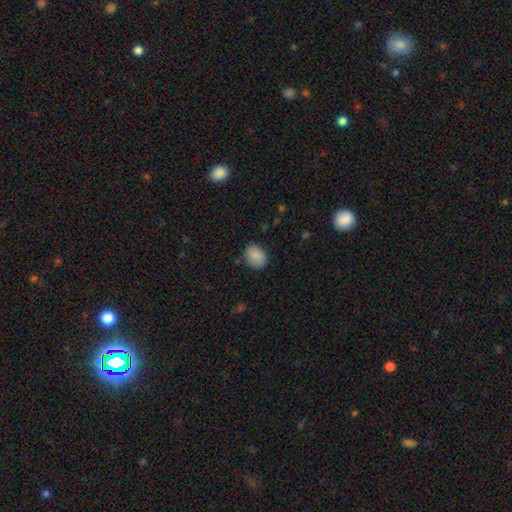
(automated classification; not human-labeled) Overall: smooth (87%). How rounded: in between (58%; round 41%). Merging: none (84%).